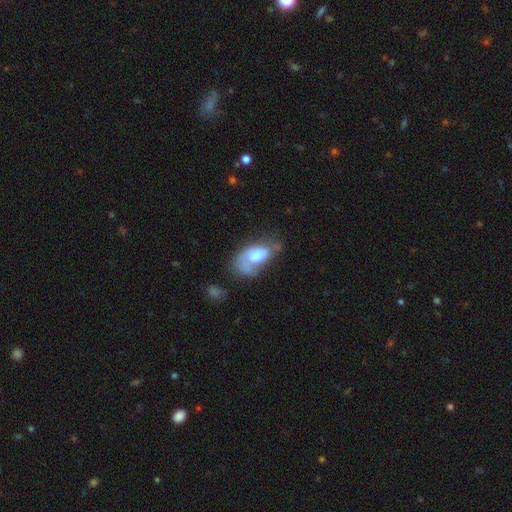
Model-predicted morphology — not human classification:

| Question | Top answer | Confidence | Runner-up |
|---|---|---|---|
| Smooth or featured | smooth | 57% | featured or disk (36%) |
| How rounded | in between | 91% | round (6%) |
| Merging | major disturbance | 30% | none (28%) |